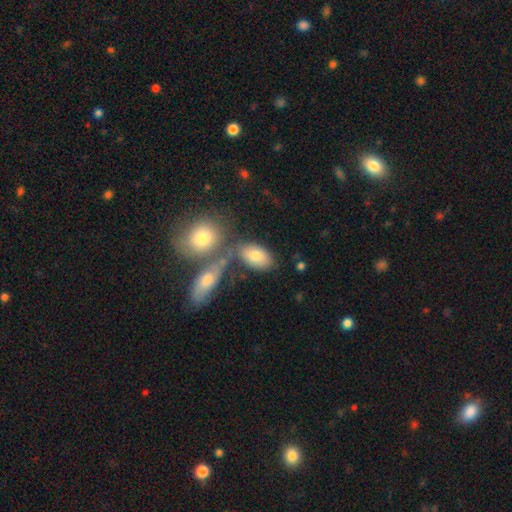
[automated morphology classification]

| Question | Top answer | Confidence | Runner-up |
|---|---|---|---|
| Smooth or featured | smooth | 76% | featured or disk (15%) |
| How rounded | in between | 89% | round (9%) |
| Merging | none | 58% | merger (22%) |